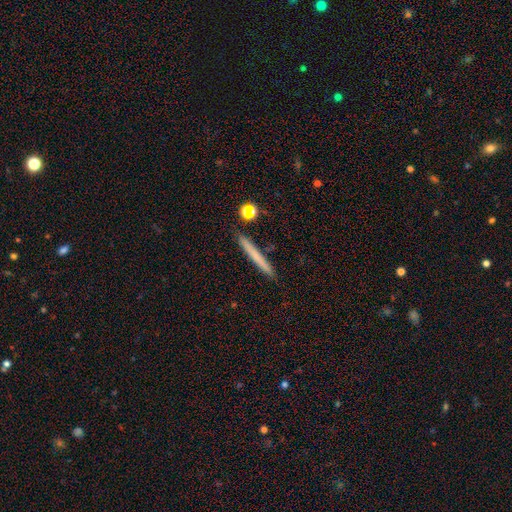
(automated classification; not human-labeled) Smooth or featured? smooth (65%)
How rounded? cigar-shaped (97%)
Merging? none (90%)